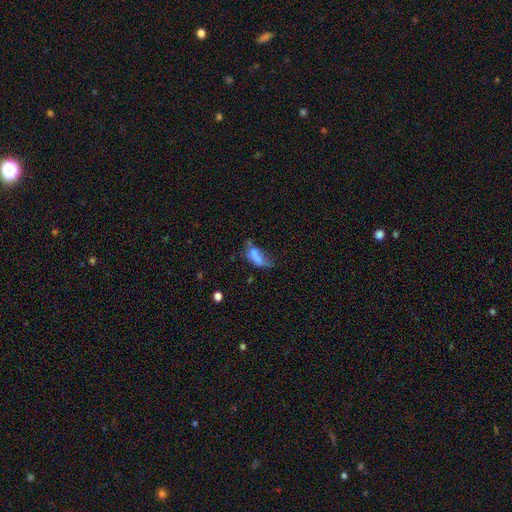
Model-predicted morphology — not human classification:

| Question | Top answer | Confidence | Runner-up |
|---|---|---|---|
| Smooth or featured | smooth | 51% | featured or disk (35%) |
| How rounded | in between | 76% | round (13%) |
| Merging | merger | 47% | none (21%) |